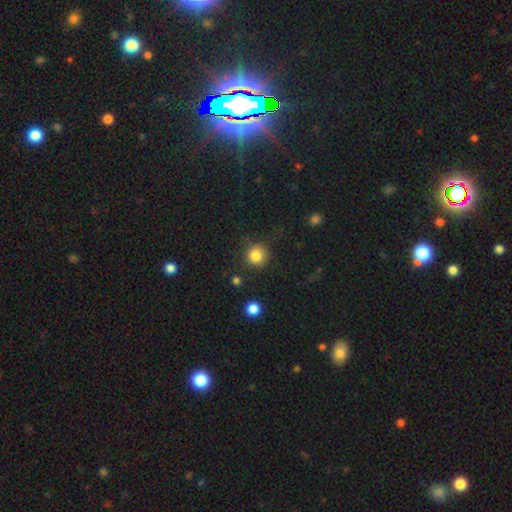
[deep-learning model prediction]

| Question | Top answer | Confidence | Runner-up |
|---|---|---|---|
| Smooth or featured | smooth | 84% | star or artifact (11%) |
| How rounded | round | 93% | in between (6%) |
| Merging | none | 81% | minor disturbance (11%) |